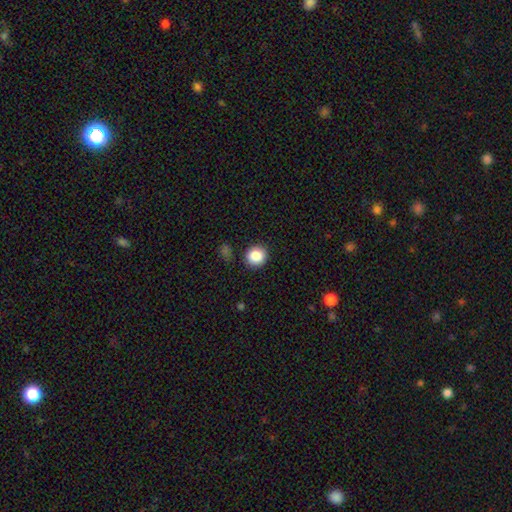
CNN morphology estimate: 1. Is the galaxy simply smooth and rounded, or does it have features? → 87% smooth, 9% star or artifact, 4% featured or disk.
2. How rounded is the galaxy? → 88% round, 11% in between, 1% cigar-shaped.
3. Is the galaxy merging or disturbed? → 88% none, 8% minor disturbance, 2% major disturbance, 2% merger.